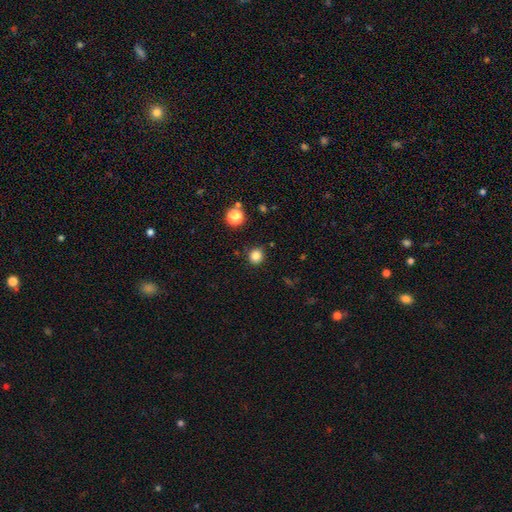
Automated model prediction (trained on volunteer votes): Morphology: type=smooth (84%); roundness=round (87%); merging=none (88%).